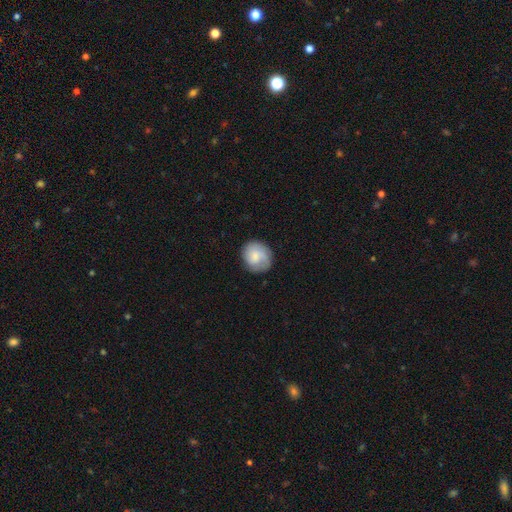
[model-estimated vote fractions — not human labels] Morphology: type=smooth (69%); roundness=round (79%); merging=none (74%).